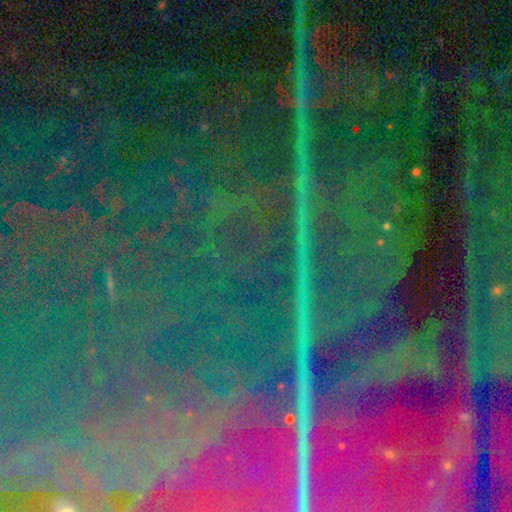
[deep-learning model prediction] This is clearly a star or artifact rather than a galaxy (87%).